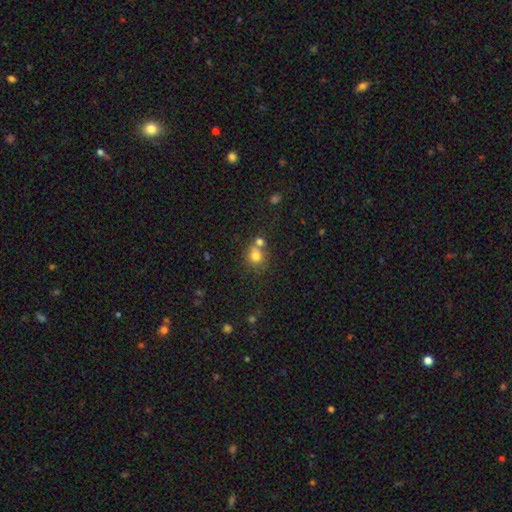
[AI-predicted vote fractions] Q: Smooth or featured?
A: smooth (76%); runner-up: star or artifact (13%)
Q: How rounded?
A: round (81%); runner-up: in between (18%)
Q: Merging?
A: none (51%); runner-up: merger (34%)